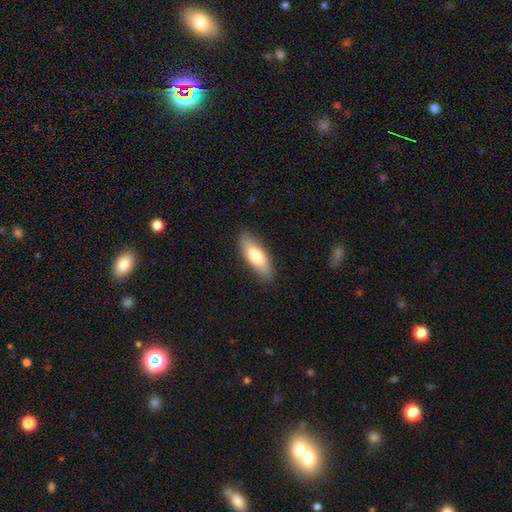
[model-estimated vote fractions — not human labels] Morphology: type=smooth (78%); roundness=in between (66%); merging=none (86%).